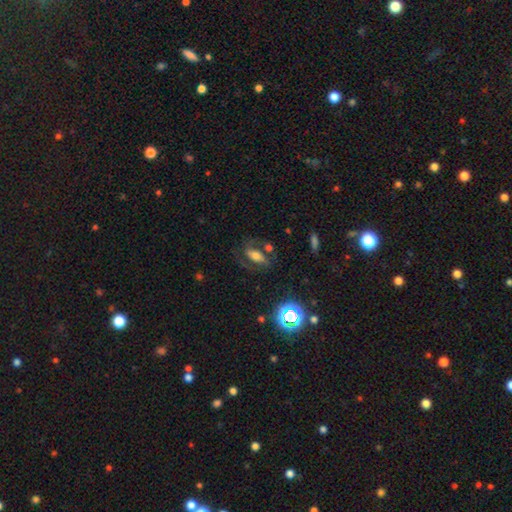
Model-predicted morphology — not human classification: A featured or disk galaxy (44%). Merging: none (58%).